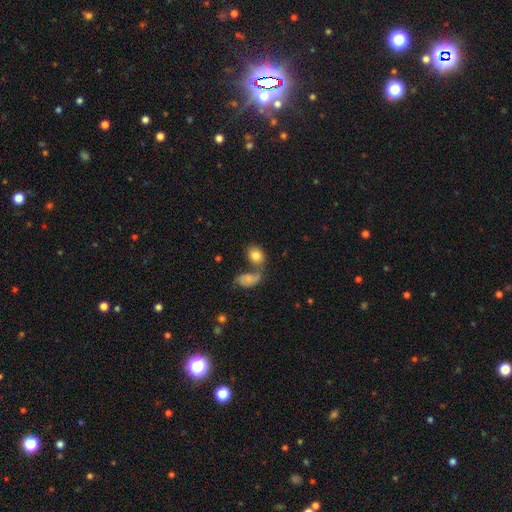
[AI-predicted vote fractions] Smooth or featured?
  - smooth: 79% *
  - featured or disk: 13%
  - star or artifact: 8%
How rounded?
  - in between: 62% *
  - round: 36%
  - cigar-shaped: 2%
Merging?
  - merger: 45% *
  - none: 38%
  - minor disturbance: 11%
  - major disturbance: 6%